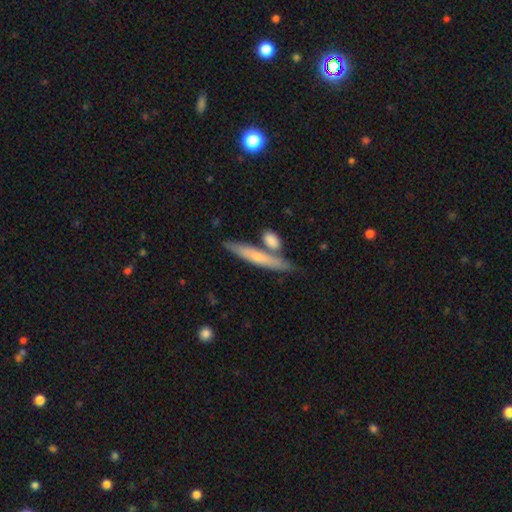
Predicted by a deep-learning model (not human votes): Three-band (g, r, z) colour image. It shows a smooth galaxy with no disk features (57%) that is cigar-shaped (88%). Merging: none (70%).